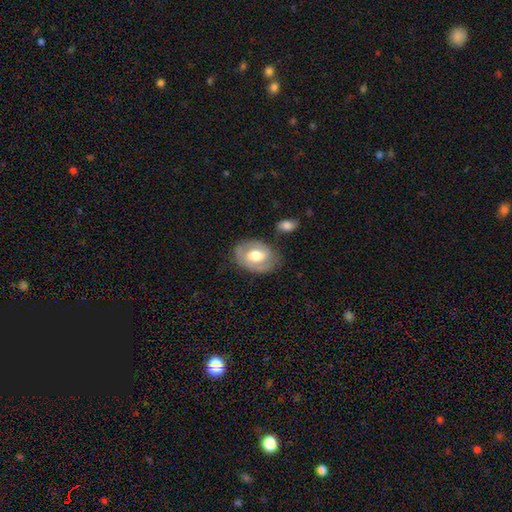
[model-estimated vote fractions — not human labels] Smooth or featured? Predicted: featured or disk (p=0.57). Edge-on disk? Predicted: no (p=0.94). Bar? Predicted: no (p=0.45). Spiral arms? Predicted: yes (p=0.63). Bulge size? Predicted: moderate (p=0.65). Merging? Predicted: none (p=0.68).